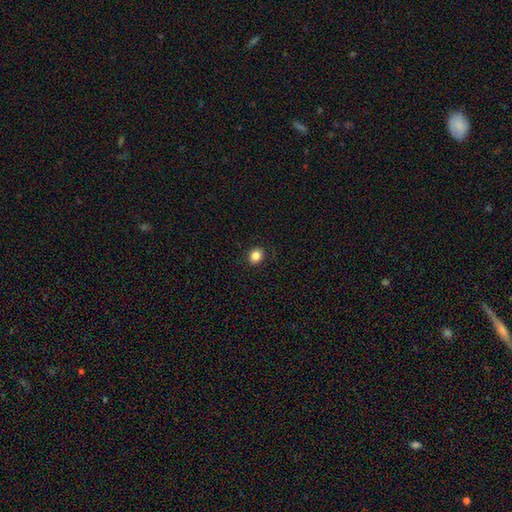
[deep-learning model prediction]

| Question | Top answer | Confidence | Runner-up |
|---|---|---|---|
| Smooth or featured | smooth | 85% | star or artifact (10%) |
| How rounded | round | 63% | in between (36%) |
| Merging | none | 90% | minor disturbance (7%) |